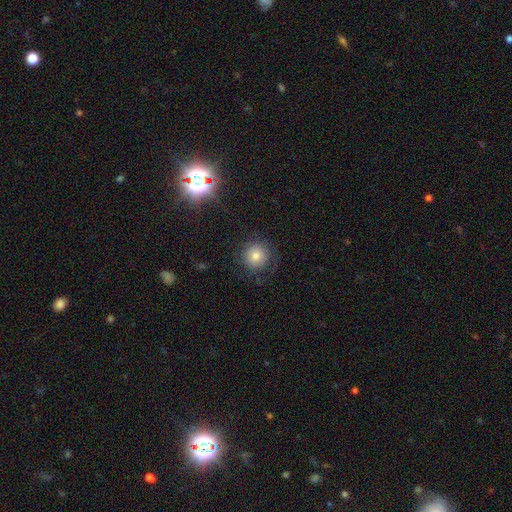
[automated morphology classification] This appears to be a smooth galaxy with no disk features (74%) that is round (93%). Merging: none (78%).